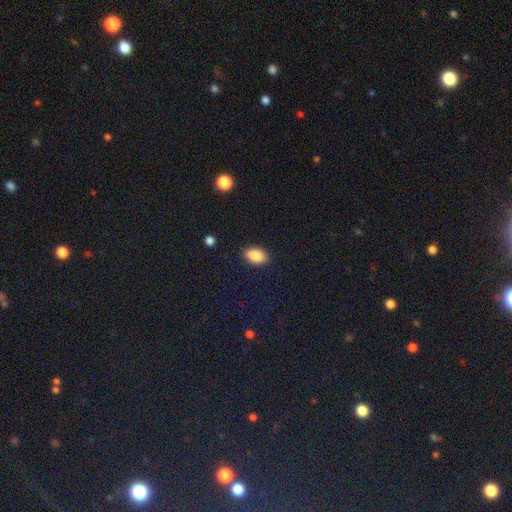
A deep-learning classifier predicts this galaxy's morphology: smooth 87%, star or artifact 8%, featured or disk 5%. Down the decision tree: how rounded — in between (90%); merging — none (88%).